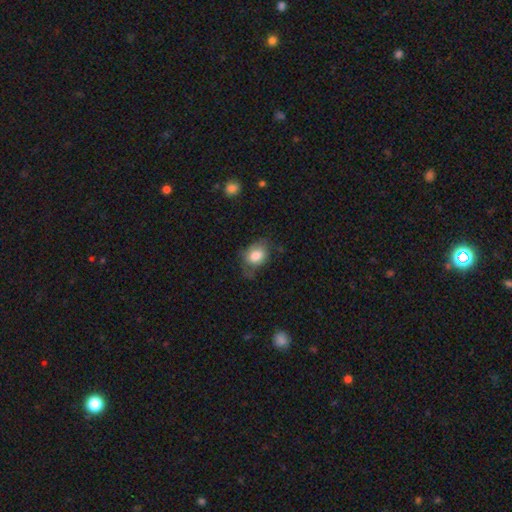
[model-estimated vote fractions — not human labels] This is likely a smooth galaxy (78%). How rounded: likely in between (61%). Merging: possibly none (50%).